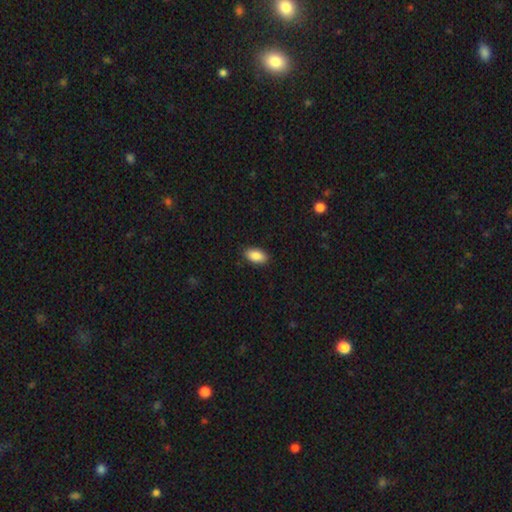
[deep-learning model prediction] Q: Smooth or featured?
A: smooth (89%); runner-up: star or artifact (7%)
Q: How rounded?
A: in between (93%); runner-up: round (3%)
Q: Merging?
A: none (88%); runner-up: minor disturbance (9%)